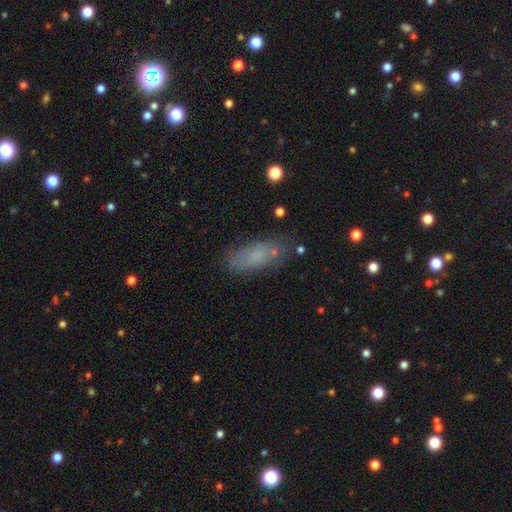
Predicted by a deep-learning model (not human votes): smooth_or_featured: smooth (p=0.71) [alt: featured or disk p=0.18]
how_rounded: in between (p=0.76) [alt: cigar-shaped p=0.21]
merging: none (p=0.69) [alt: minor disturbance p=0.20]